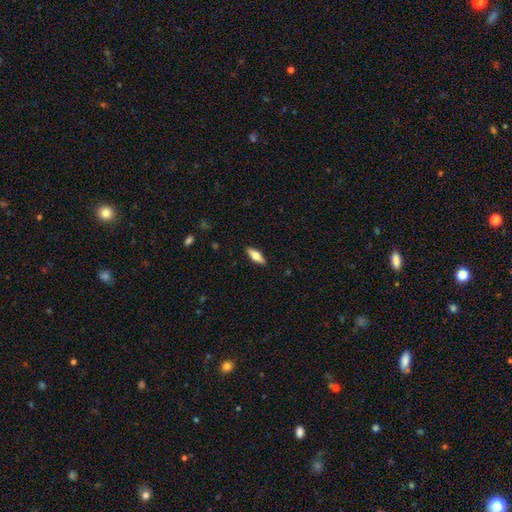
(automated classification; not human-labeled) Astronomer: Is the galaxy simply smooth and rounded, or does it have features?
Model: smooth — 61%.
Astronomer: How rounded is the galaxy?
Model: in between — 60% (runner-up: cigar-shaped, 37%).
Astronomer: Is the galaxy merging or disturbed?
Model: none — 89%.